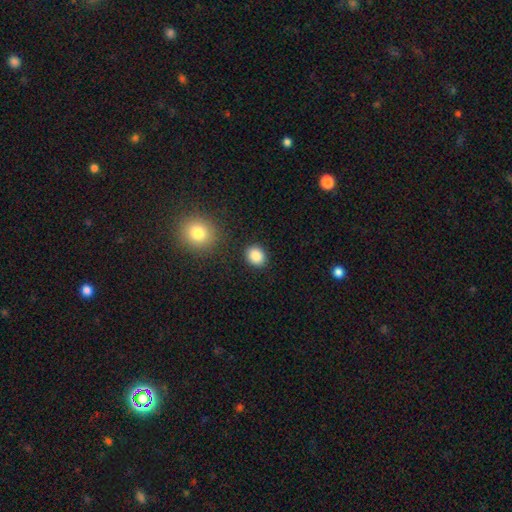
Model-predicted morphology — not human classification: type=smooth (87%); roundness=round (64%); merging=none (87%).